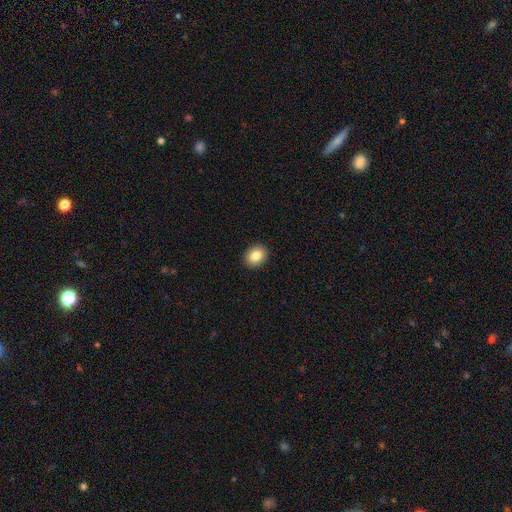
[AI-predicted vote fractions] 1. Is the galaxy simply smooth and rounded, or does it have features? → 85% smooth, 9% star or artifact, 6% featured or disk.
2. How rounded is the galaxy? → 56% in between, 44% round, 1% cigar-shaped.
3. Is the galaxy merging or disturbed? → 91% none, 6% minor disturbance, 2% major disturbance, 1% merger.